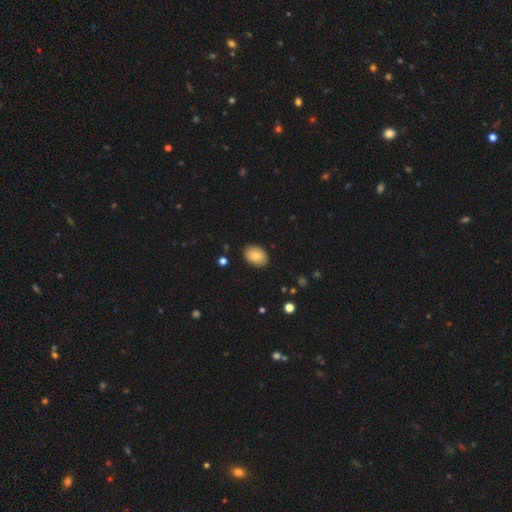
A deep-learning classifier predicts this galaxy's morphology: Smooth or featured: smooth — 78% (featured or disk — 14%)
How rounded: in between — 75% (round — 24%)
Merging: none — 88% (minor disturbance — 9%)